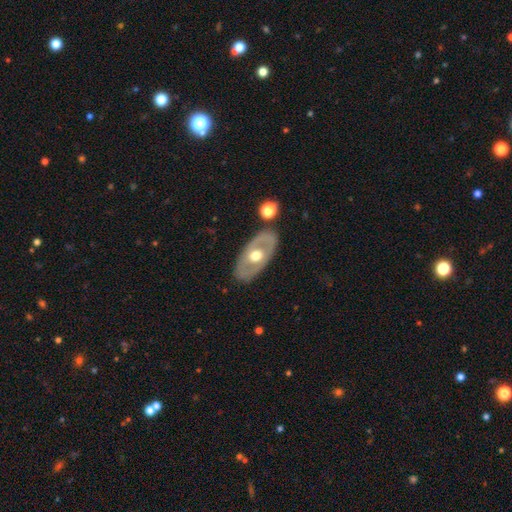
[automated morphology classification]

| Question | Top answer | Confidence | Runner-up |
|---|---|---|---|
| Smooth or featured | featured or disk | 60% | smooth (36%) |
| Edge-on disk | no | 84% | yes (16%) |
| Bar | no | 84% | weak (12%) |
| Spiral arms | no | 84% | yes (16%) |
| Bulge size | moderate | 75% | large (17%) |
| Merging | none | 82% | minor disturbance (12%) |